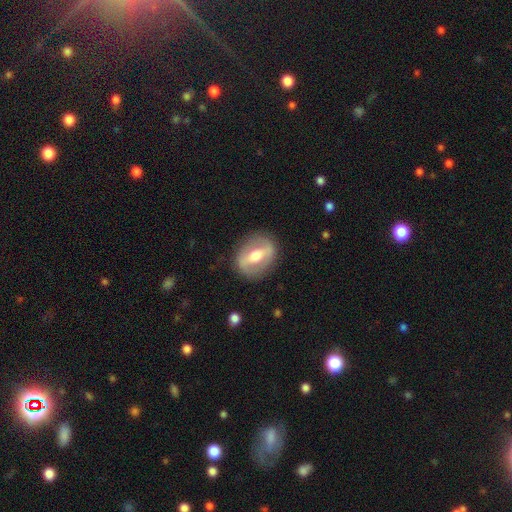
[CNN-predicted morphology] Overall: featured or disk (69%). Edge-on disk: no (86%). Bar: strong (65%). Spiral arms: no (67%; yes 33%). Bulge size: moderate (68%). Merging: none (84%).